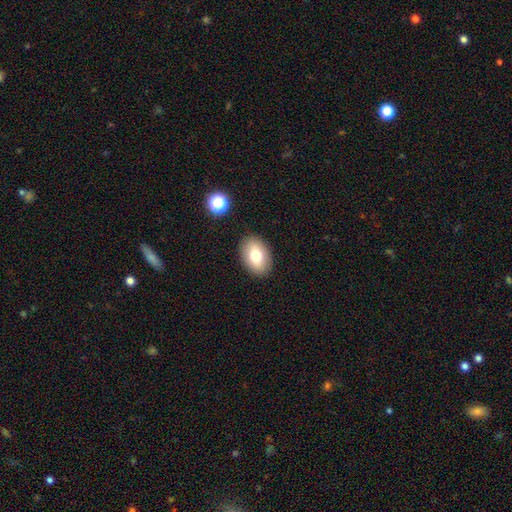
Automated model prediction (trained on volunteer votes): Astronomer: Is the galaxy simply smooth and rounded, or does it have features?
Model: smooth — 75%.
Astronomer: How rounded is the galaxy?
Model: in between — 84%.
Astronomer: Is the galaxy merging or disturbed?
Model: none — 88%.